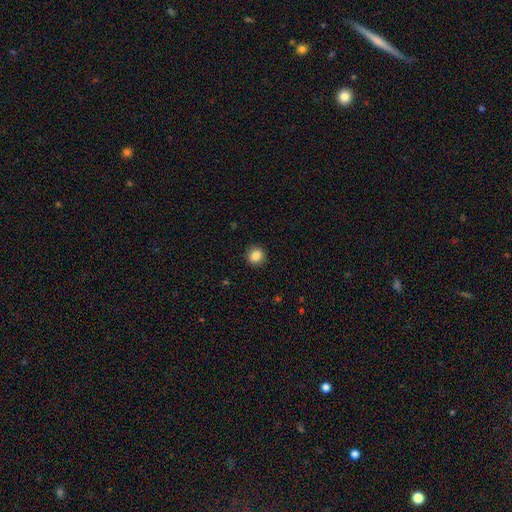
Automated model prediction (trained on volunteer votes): smooth_or_featured: smooth (p=0.86) [alt: star or artifact p=0.10]
how_rounded: round (p=0.89) [alt: in between p=0.10]
merging: none (p=0.91) [alt: minor disturbance p=0.06]